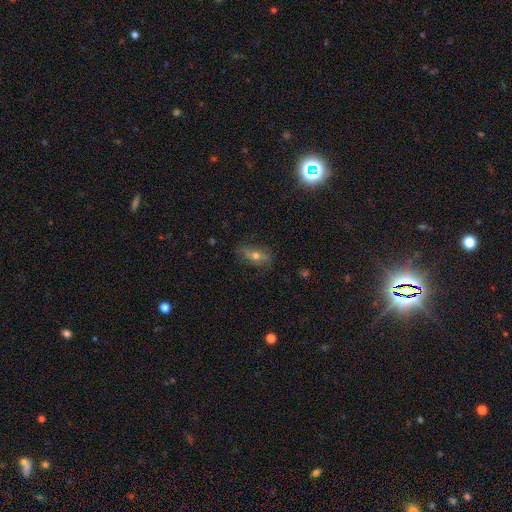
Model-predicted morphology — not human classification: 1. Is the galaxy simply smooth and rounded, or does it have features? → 45% smooth, 44% featured or disk, 11% star or artifact.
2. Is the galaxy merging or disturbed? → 76% none, 17% minor disturbance, 5% major disturbance, 1% merger.